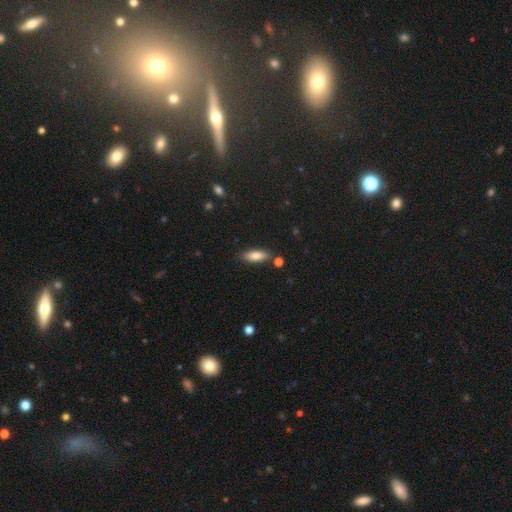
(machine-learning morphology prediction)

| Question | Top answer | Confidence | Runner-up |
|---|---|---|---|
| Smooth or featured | smooth | 82% | featured or disk (11%) |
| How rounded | in between | 65% | cigar-shaped (33%) |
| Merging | none | 83% | minor disturbance (11%) |